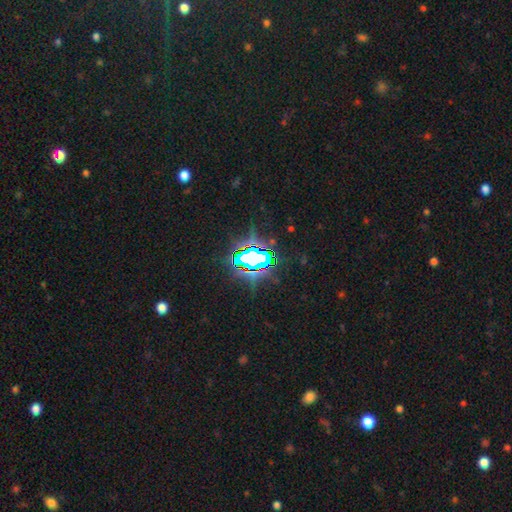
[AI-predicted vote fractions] The model was most divided on "smooth or featured": star or artifact: 75%, smooth: 13%, featured or disk: 12%.